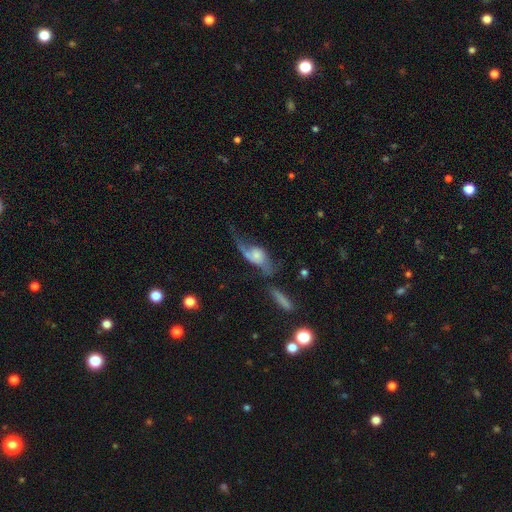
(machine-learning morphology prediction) The model was most divided on "bulge size": moderate: 32%, small: 31%, large: 17%, none: 16%, dominant: 5%. Remaining: edge-on disk — no (85%); spiral arms — yes (75%); bar — no (73%); smooth or featured — featured or disk (60%); merging — major disturbance (40%).